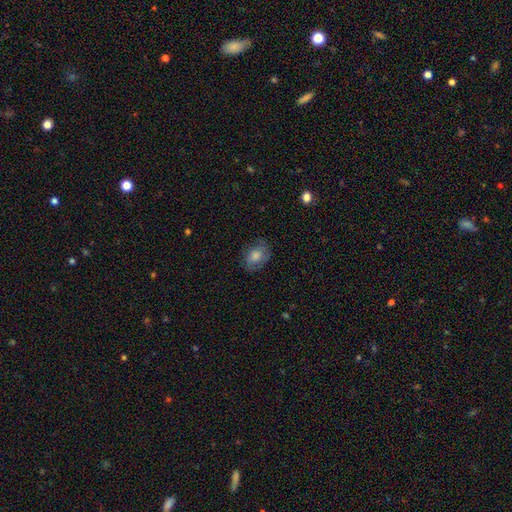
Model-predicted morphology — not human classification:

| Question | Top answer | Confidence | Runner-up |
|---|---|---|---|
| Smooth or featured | smooth | 73% | featured or disk (19%) |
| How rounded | in between | 72% | round (26%) |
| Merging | none | 72% | minor disturbance (20%) |